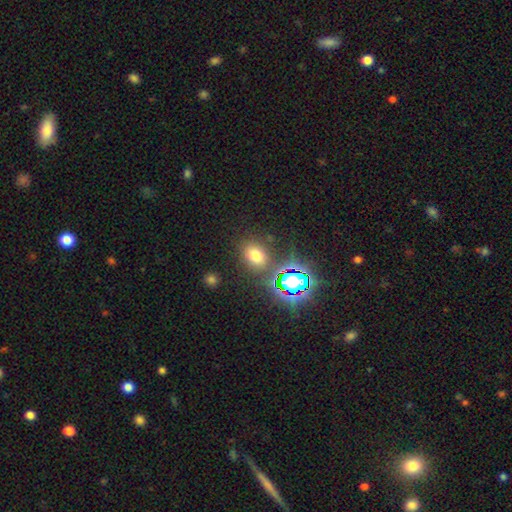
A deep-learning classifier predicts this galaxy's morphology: A smooth galaxy with no disk features (66%) that is in between round and cigar-shaped (59%). Merging: none (80%).